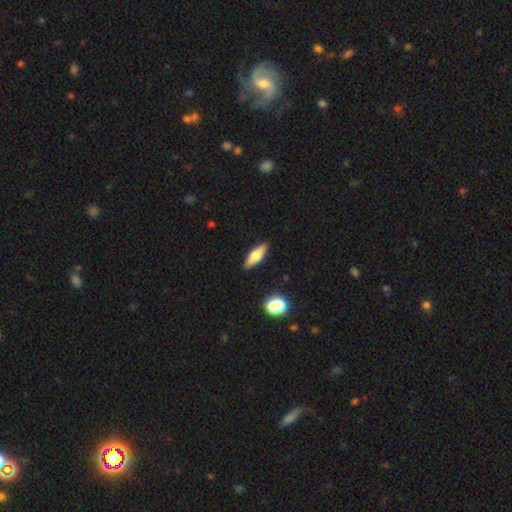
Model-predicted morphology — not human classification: This appears to be a smooth galaxy with no disk features (55%) that is in between round and cigar-shaped (51%). Merging: none (89%).